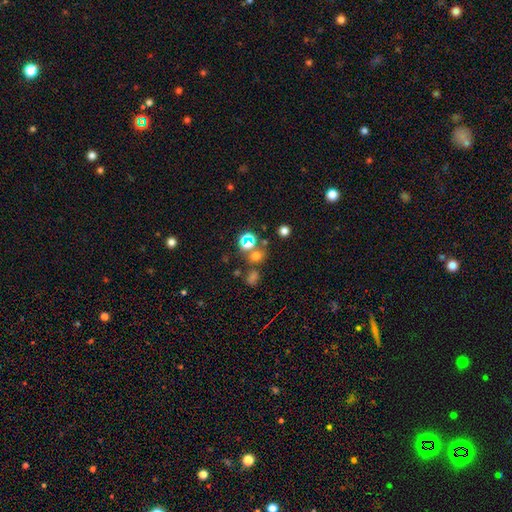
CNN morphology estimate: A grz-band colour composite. It shows a smooth galaxy with no disk features (55%) that is round (75%). Merging: none (60%).